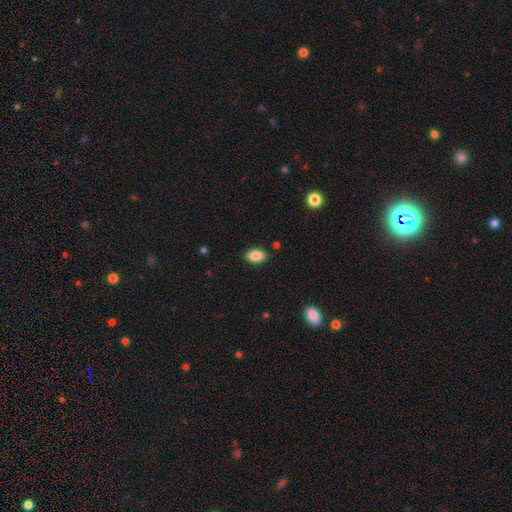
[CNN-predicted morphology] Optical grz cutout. It shows a smooth galaxy with no disk features (87%) that is in between round and cigar-shaped (89%). Merging: none (88%).